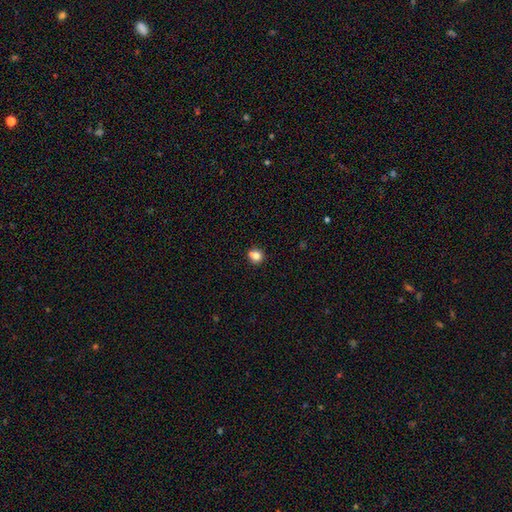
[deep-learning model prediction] smooth 80%, star or artifact 12%, featured or disk 8%. Down the decision tree: how rounded — round (88%); merging — none (67%).